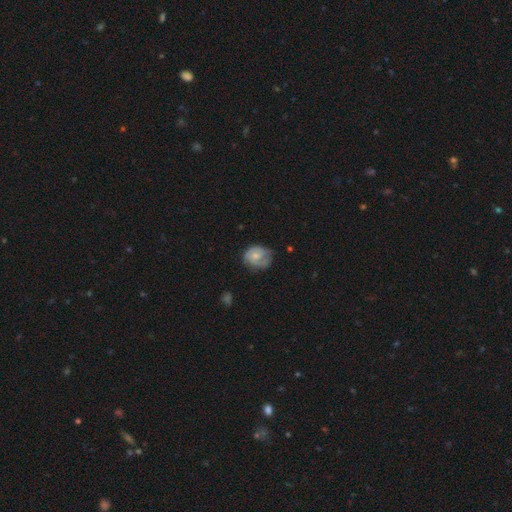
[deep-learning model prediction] smooth-or-featured: featured or disk: 65% | smooth: 29% | star or artifact: 6%
  disk-edge-on: no: 98% | yes: 2%
    bar: no: 67% | weak: 28% | strong: 4%
    has-spiral-arms: yes: 88% | no: 12%
      spiral-winding: tight: 53% | medium: 35% | loose: 11%
      spiral-arm-count: 2: 57% | can't tell: 20% | 1: 11% | 3: 9% | 4: 2% | more than 4: 2%
    bulge-size: small: 51% | moderate: 41% | none: 5% | large: 2% | dominant: 1%
  merging: none: 59% | minor disturbance: 29% | major disturbance: 11% | merger: 2%